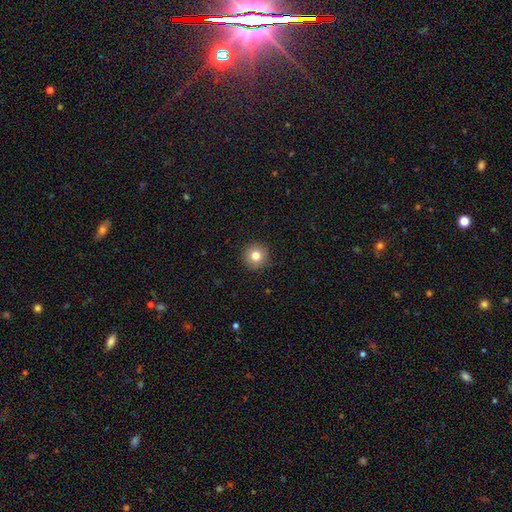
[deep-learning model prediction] Smooth or featured? smooth (80%)
How rounded? round (96%)
Merging? none (92%)